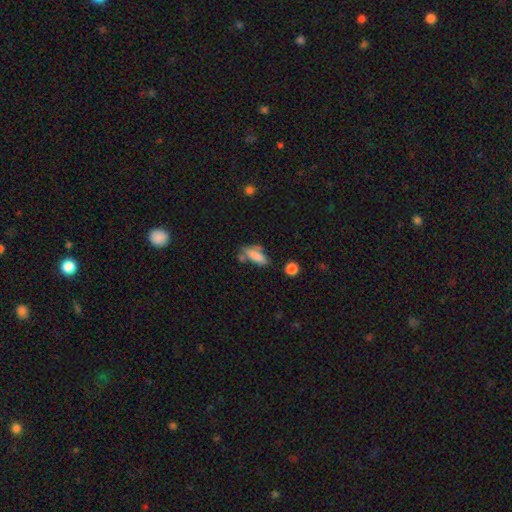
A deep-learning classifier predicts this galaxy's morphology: This is likely a smooth galaxy (78%). How rounded: likely in between (65%). Merging: possibly none (46%).